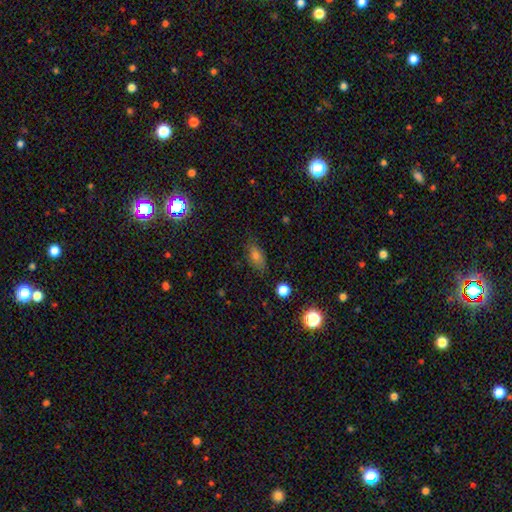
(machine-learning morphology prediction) This is likely a smooth galaxy (71%). How rounded: clearly in between (83%). Merging: likely none (78%).